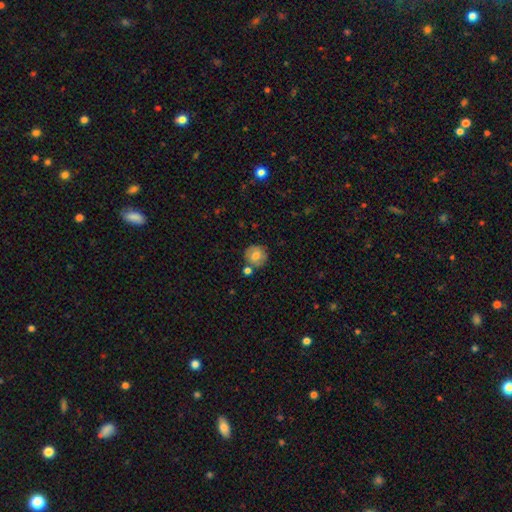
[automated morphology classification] type=smooth (72%); roundness=round (91%); merging=none (72%).